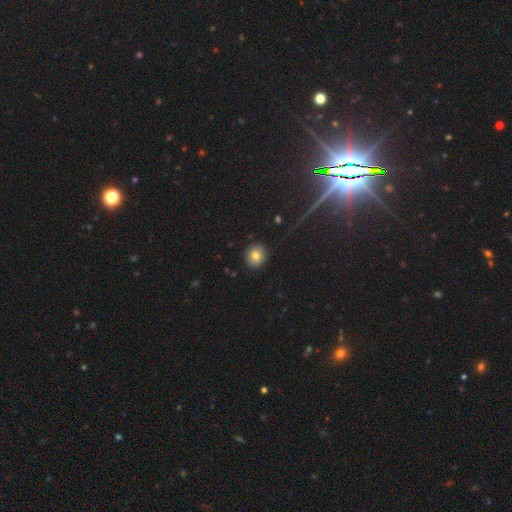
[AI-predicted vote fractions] Smooth or featured? Predicted: smooth (p=0.78). How rounded? Predicted: round (p=0.84). Merging? Predicted: none (p=0.91).